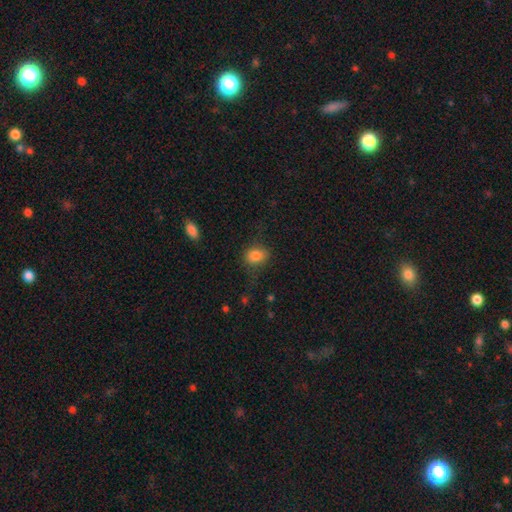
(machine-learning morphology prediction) Q: Smooth or featured?
A: smooth (83%); runner-up: star or artifact (10%)
Q: How rounded?
A: in between (52%); runner-up: round (47%)
Q: Merging?
A: none (71%); runner-up: minor disturbance (19%)